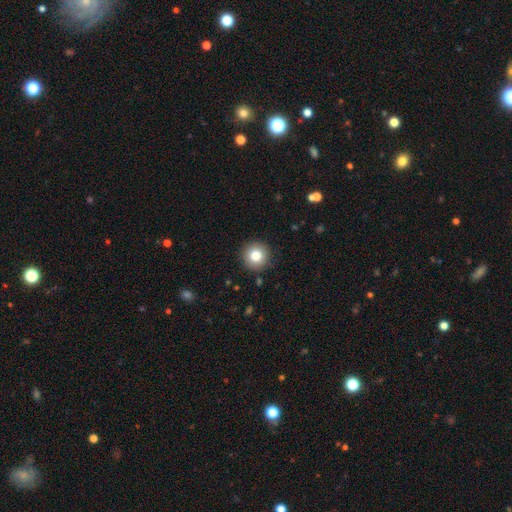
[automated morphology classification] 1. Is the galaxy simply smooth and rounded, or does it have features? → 80% smooth, 10% star or artifact, 10% featured or disk.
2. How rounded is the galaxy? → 95% round, 4% in between, 1% cigar-shaped.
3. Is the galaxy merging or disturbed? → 90% none, 7% minor disturbance, 2% major disturbance, 1% merger.